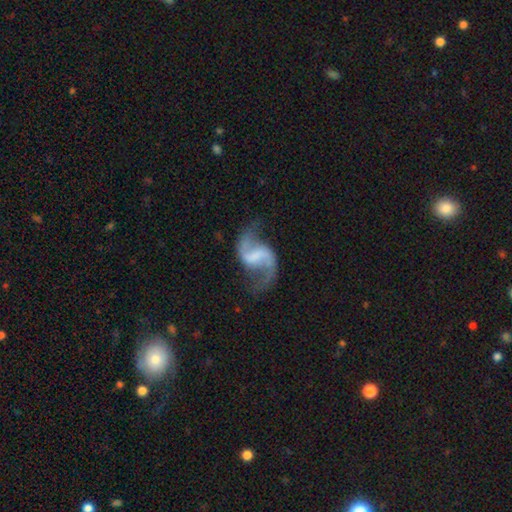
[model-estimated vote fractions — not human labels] Smooth or featured?
  - featured or disk: 91% *
  - star or artifact: 5%
  - smooth: 5%
Edge-on disk?
  - no: 98% *
  - yes: 2%
Bar?
  - weak: 49% *
  - strong: 32%
  - no: 19%
Spiral arms?
  - yes: 97% *
  - no: 3%
Spiral winding?
  - loose: 71% *
  - medium: 25%
  - tight: 4%
Spiral arm count?
  - 2: 94% *
  - 1: 2%
  - can't tell: 1%
  - 3: 1%
  - 4: 1%
  - more than 4: 1%
Bulge size?
  - none: 58% *
  - small: 22%
  - moderate: 13%
  - large: 5%
  - dominant: 1%
Merging?
  - none: 77% *
  - minor disturbance: 13%
  - major disturbance: 8%
  - merger: 2%